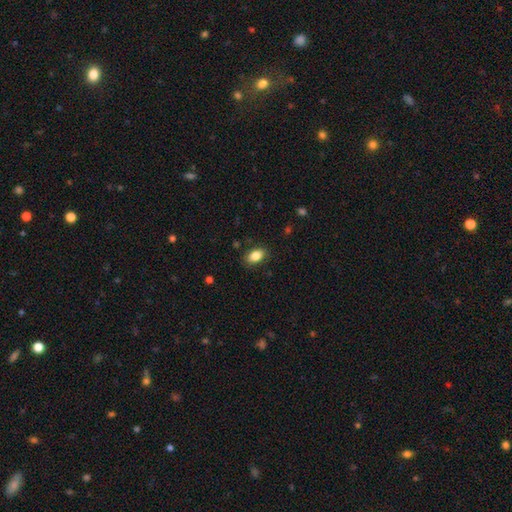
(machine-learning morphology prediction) The model was most divided on "merging": none: 86%, minor disturbance: 11%, major disturbance: 3%, merger: 1%. More confident: how rounded — in between (90%); smooth or featured — smooth (85%).